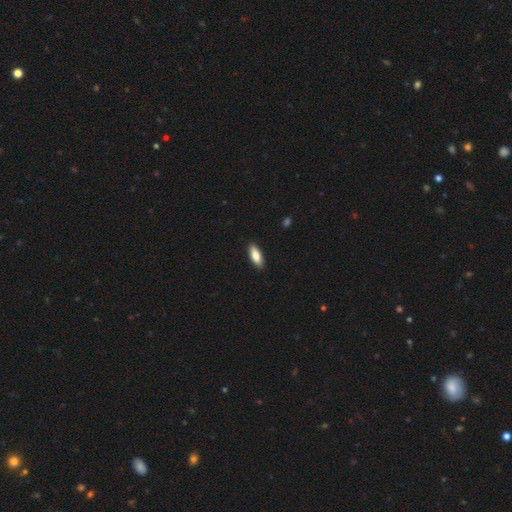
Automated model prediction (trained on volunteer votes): Smooth or featured? smooth (81%)
How rounded? in between (70%)
Merging? none (90%)